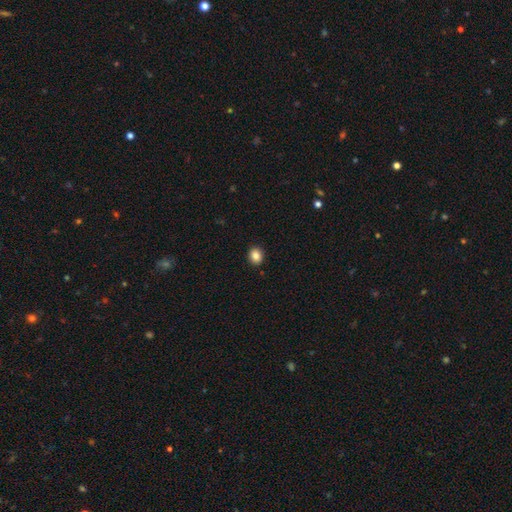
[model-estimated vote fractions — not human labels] smooth-or-featured: smooth: 85% | star or artifact: 10% | featured or disk: 5%
  how-rounded: round: 67% | in between: 32% | cigar-shaped: 1%
  merging: none: 92% | minor disturbance: 6% | major disturbance: 2% | merger: 1%